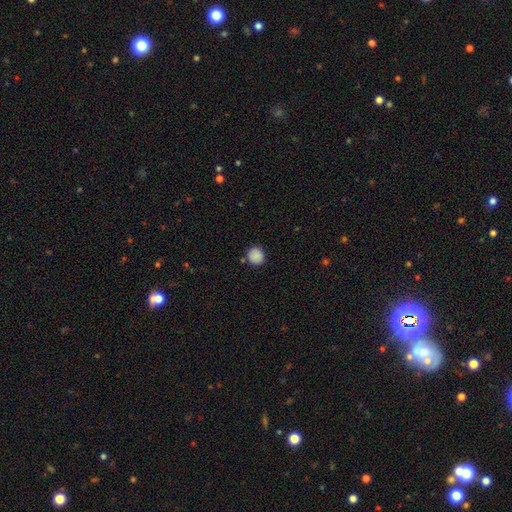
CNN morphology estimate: A smooth galaxy with no disk features (88%) that is round (88%). Merging: none (84%).